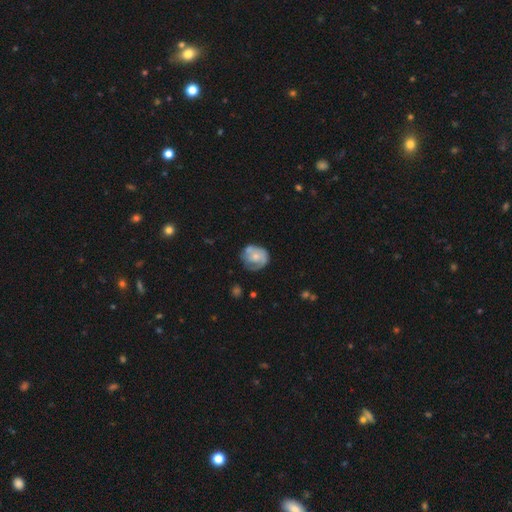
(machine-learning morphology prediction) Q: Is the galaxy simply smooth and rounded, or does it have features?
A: featured or disk — 52%.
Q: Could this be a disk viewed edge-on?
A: no — 97%.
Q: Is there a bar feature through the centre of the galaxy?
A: no — 79%.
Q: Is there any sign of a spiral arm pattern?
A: yes — 64%.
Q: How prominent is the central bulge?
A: moderate — 46%.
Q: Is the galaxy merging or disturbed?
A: none — 53%.